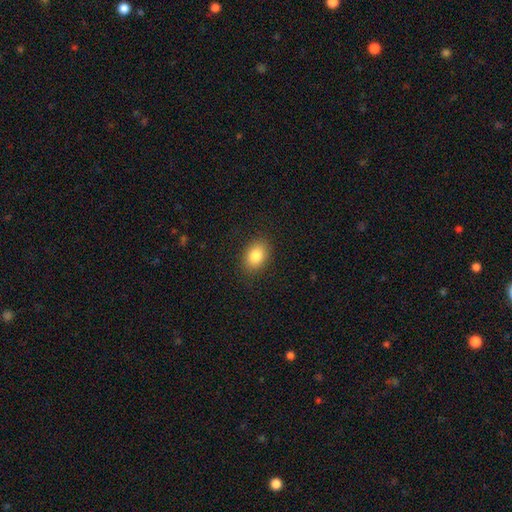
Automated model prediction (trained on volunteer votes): smooth-or-featured: smooth: 83% | star or artifact: 8% | featured or disk: 8%
  how-rounded: in between: 77% | round: 22% | cigar-shaped: 1%
  merging: none: 88% | minor disturbance: 9% | major disturbance: 3% | merger: 1%